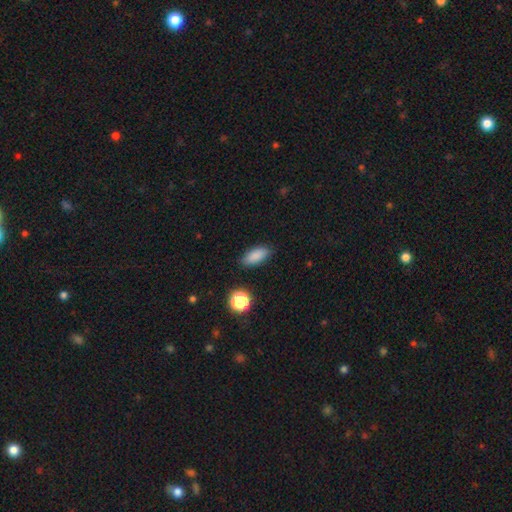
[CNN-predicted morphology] smooth_or_featured: smooth (p=0.86) [alt: star or artifact p=0.09]
how_rounded: in between (p=0.83) [alt: cigar-shaped p=0.14]
merging: none (p=0.86) [alt: minor disturbance p=0.10]